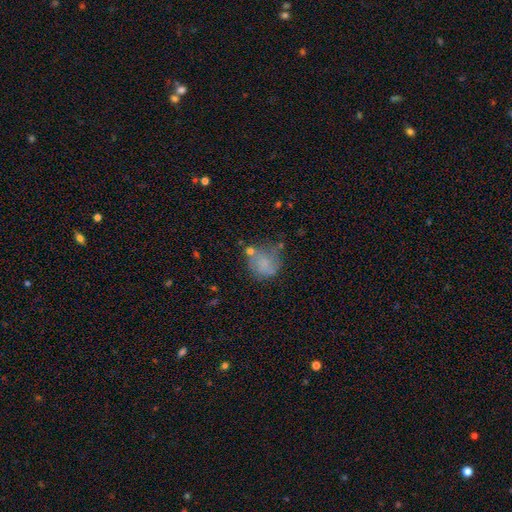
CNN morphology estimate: A smooth galaxy with no disk features (65%) that is round (67%). Merging: none (43%).